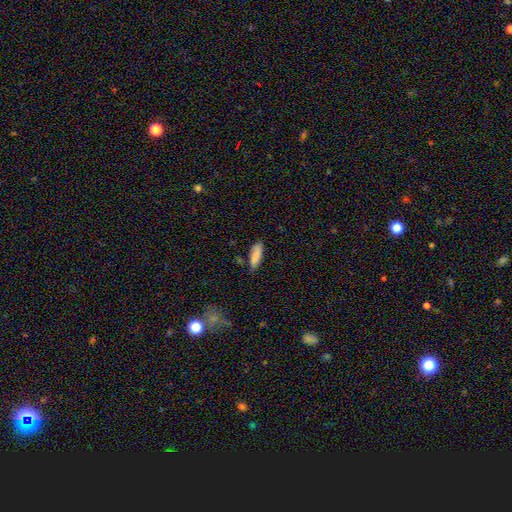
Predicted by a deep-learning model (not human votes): Morphology: type=smooth (86%); roundness=in between (58%); merging=none (76%).